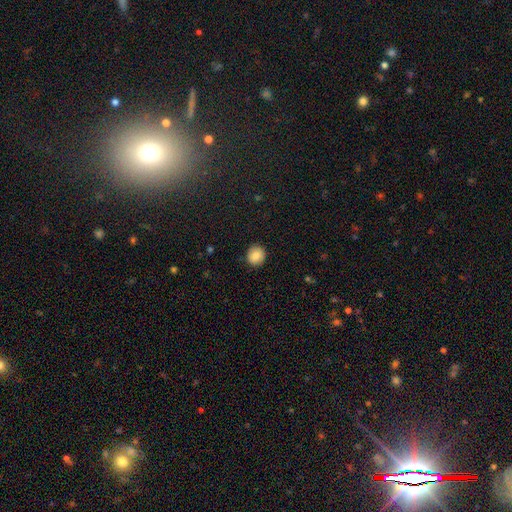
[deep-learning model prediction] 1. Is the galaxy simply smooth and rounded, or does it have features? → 85% smooth, 9% star or artifact, 7% featured or disk.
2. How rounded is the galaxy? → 88% round, 11% in between, 1% cigar-shaped.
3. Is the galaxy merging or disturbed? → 88% none, 9% minor disturbance, 2% major disturbance, 1% merger.